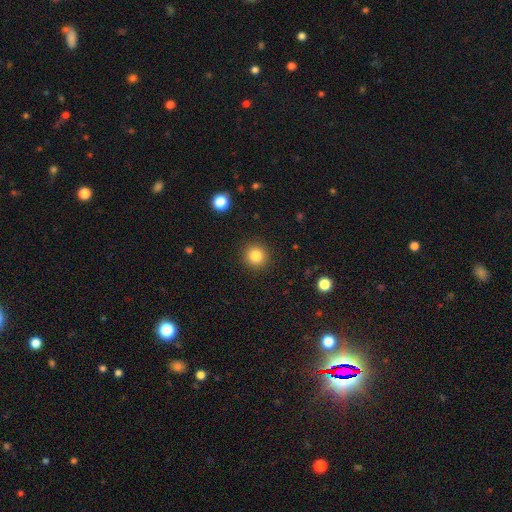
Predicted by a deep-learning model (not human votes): smooth_or_featured: smooth (p=0.83) [alt: star or artifact p=0.11]
how_rounded: round (p=0.94) [alt: in between p=0.05]
merging: none (p=0.91) [alt: minor disturbance p=0.05]